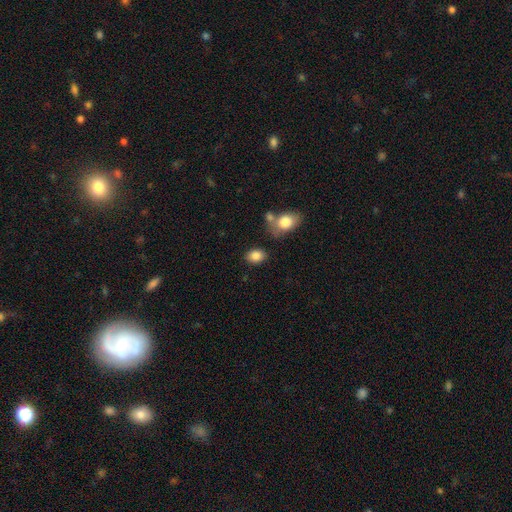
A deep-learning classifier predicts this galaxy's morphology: Smooth or featured?
  - smooth: 85% *
  - star or artifact: 9%
  - featured or disk: 6%
How rounded?
  - in between: 68% *
  - round: 31%
  - cigar-shaped: 1%
Merging?
  - none: 77% *
  - minor disturbance: 12%
  - merger: 7%
  - major disturbance: 4%